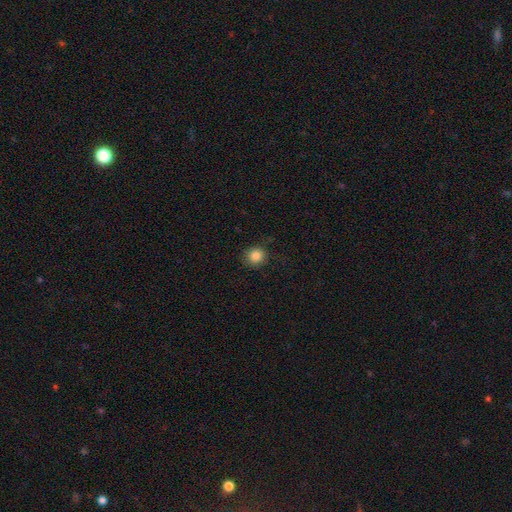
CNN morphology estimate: This appears to be a smooth galaxy with no disk features (85%) that is round (89%). Merging: none (84%).